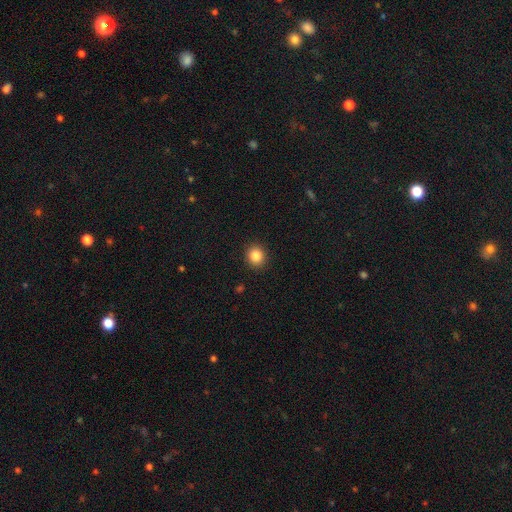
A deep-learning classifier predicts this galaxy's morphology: Overall: smooth (86%). How rounded: round (85%). Merging: none (91%).